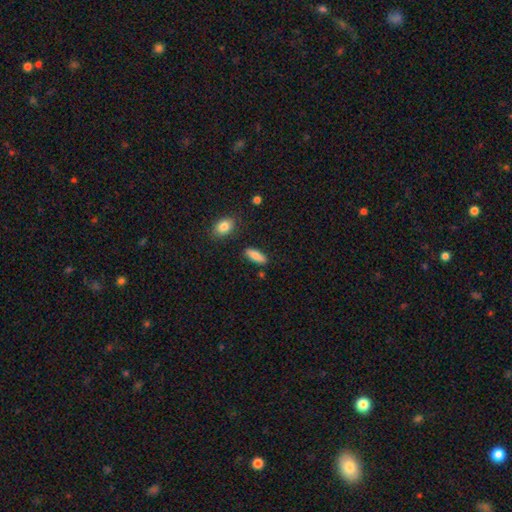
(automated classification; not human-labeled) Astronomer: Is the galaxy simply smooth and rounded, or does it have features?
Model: smooth — 83%.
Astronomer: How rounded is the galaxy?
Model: in between — 68%.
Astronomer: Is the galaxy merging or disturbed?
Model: none — 83%.